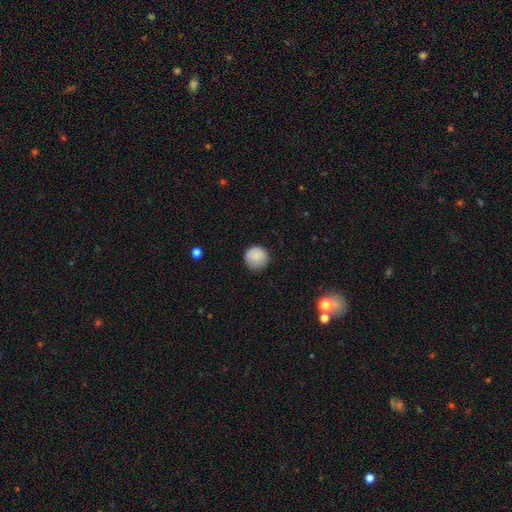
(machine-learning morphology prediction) Q: Smooth or featured?
A: smooth (85%); runner-up: star or artifact (8%)
Q: How rounded?
A: round (94%); runner-up: in between (5%)
Q: Merging?
A: none (86%); runner-up: minor disturbance (11%)